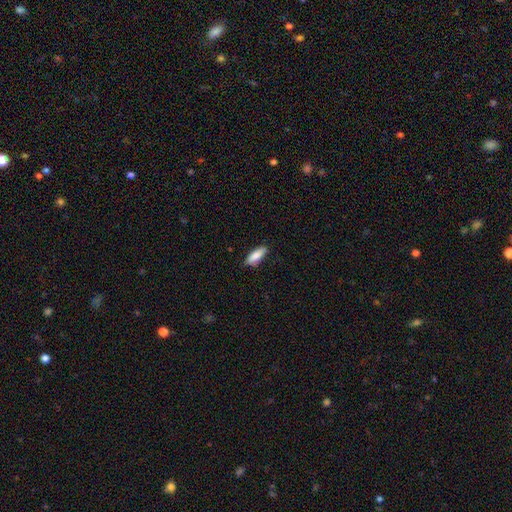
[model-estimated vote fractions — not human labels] The model was most divided on "how rounded": in between: 63%, cigar-shaped: 35%, round: 2%. More confident: smooth or featured — smooth (86%); merging — none (83%).